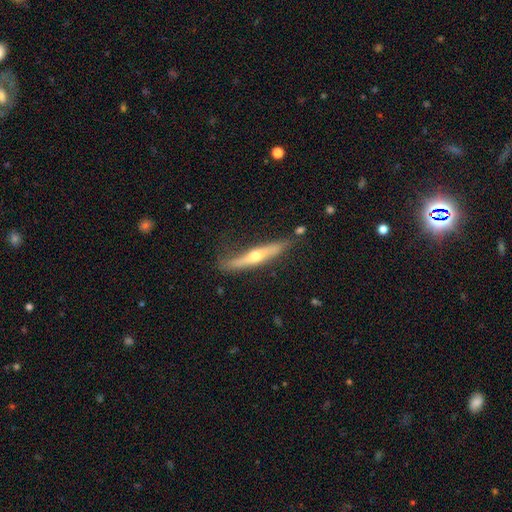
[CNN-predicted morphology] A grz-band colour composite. It shows a featured or disk galaxy (61%) viewed edge-on (89%) with a rounded central bulge (88%). Merging: none (64%).